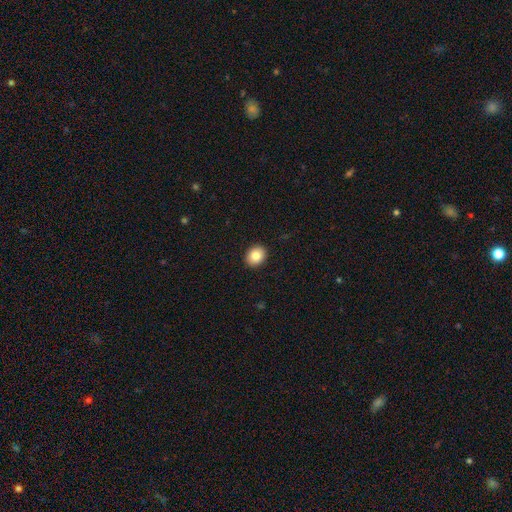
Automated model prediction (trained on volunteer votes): Overall: smooth (84%). How rounded: round (60%; in between 40%). Merging: none (92%).